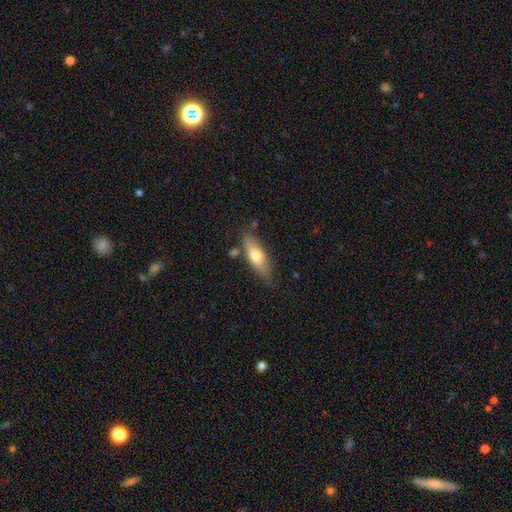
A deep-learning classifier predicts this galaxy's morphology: Q: Smooth or featured?
A: smooth (62%); runner-up: featured or disk (32%)
Q: How rounded?
A: in between (56%); runner-up: cigar-shaped (41%)
Q: Merging?
A: none (76%); runner-up: minor disturbance (16%)